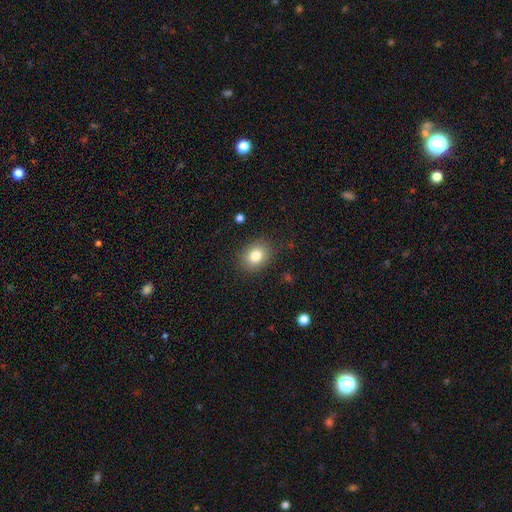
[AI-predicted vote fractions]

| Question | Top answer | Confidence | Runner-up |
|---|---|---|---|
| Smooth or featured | smooth | 82% | star or artifact (10%) |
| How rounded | in between | 50% | round (49%) |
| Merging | none | 85% | minor disturbance (11%) |